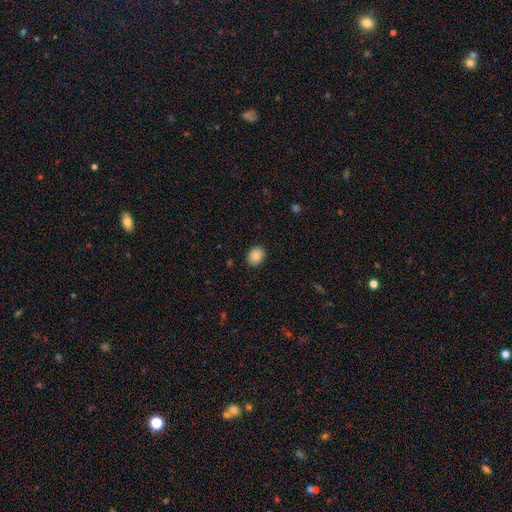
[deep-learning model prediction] Q: Smooth or featured?
A: smooth (87%); runner-up: star or artifact (8%)
Q: How rounded?
A: in between (54%); runner-up: round (45%)
Q: Merging?
A: none (90%); runner-up: minor disturbance (7%)